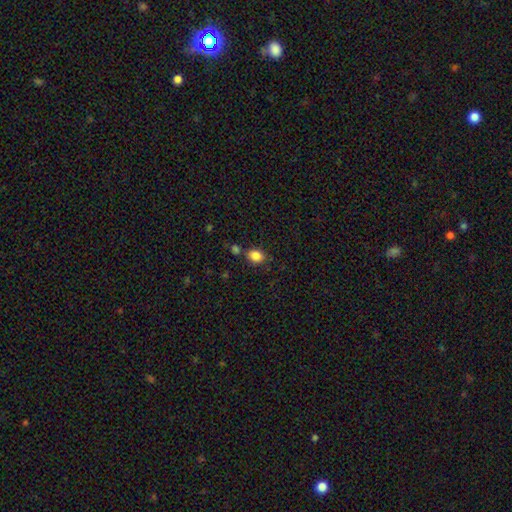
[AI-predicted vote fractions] Smooth or featured?
  - smooth: 86% *
  - star or artifact: 10%
  - featured or disk: 4%
How rounded?
  - in between: 61% *
  - round: 38%
  - cigar-shaped: 1%
Merging?
  - none: 73% *
  - minor disturbance: 12%
  - merger: 11%
  - major disturbance: 4%